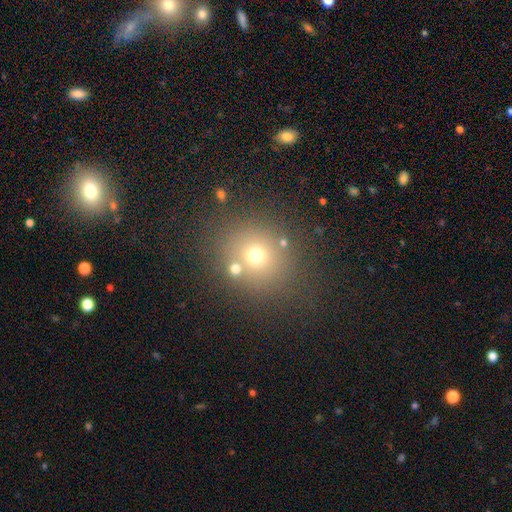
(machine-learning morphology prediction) Smooth or featured? smooth (65%)
How rounded? round (85%)
Merging? none (74%)